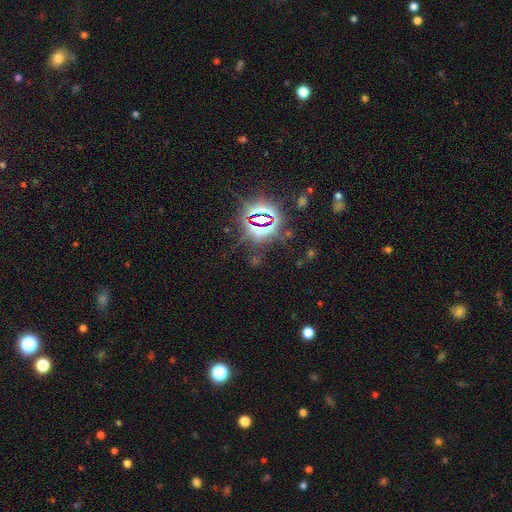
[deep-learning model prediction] Overall: star or artifact (81%).